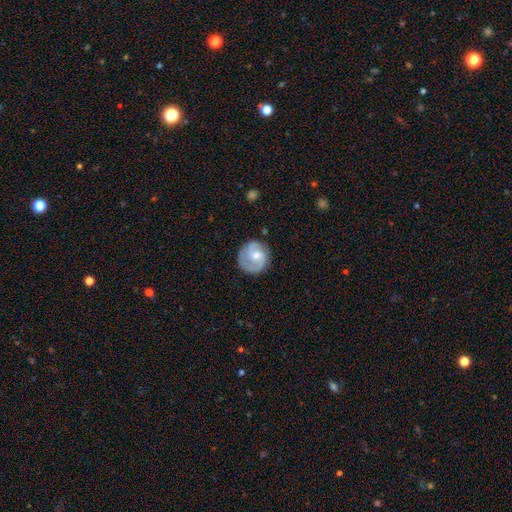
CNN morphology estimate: featured or disk 75%, smooth 20%, star or artifact 5%. Down the decision tree: edge-on disk — no (98%); bar — no (51%); spiral arms — yes (94%); spiral arm count — 2 (72%); spiral winding — tight (43%, tied with medium); bulge size — moderate (57%); merging — none (79%).